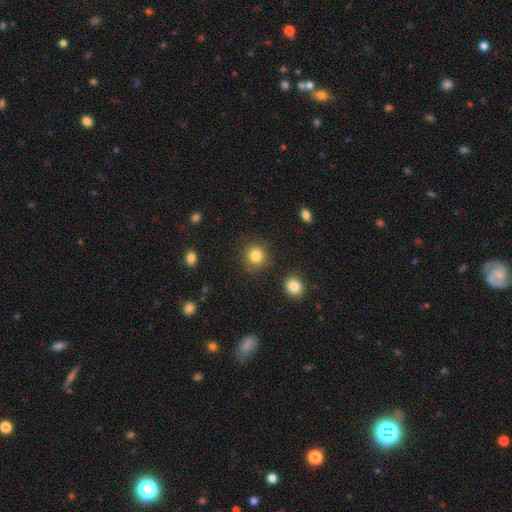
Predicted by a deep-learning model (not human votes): smooth-or-featured: smooth: 84% | star or artifact: 10% | featured or disk: 5%
  how-rounded: round: 91% | in between: 8% | cigar-shaped: 1%
  merging: none: 87% | minor disturbance: 7% | major disturbance: 3% | merger: 2%